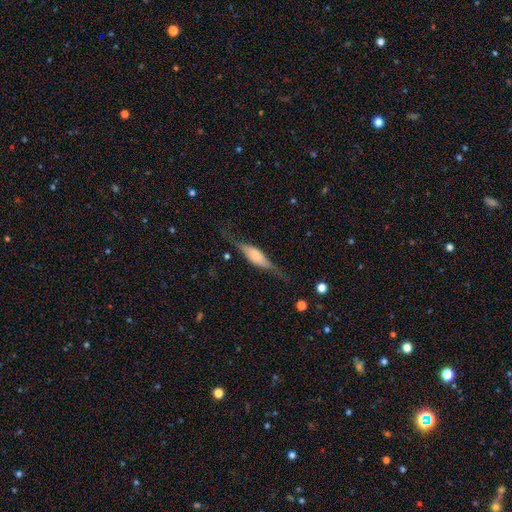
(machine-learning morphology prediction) The model was most divided on "edge-on bulge": rounded: 64%, boxy: 30%, none: 6%. More confident: edge-on disk — yes (85%); smooth or featured — featured or disk (67%); merging — none (66%).